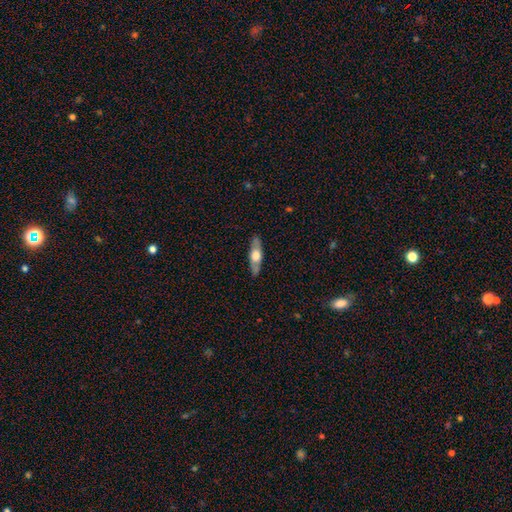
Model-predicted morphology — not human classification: Smooth or featured? Predicted: featured or disk (p=0.48). Merging? Predicted: none (p=0.86).